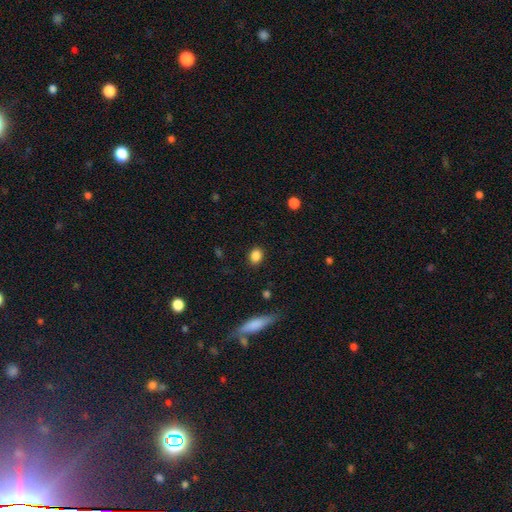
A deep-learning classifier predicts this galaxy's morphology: This appears to be a smooth galaxy with no disk features (86%) that is in between round and cigar-shaped (55%). Merging: none (88%).